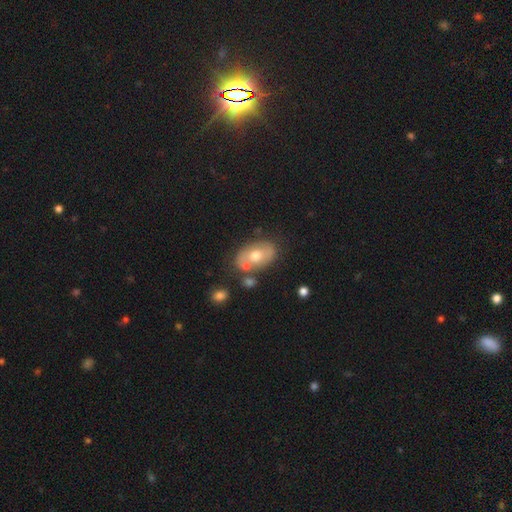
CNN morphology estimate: Smooth or featured? Predicted: smooth (p=0.47). Merging? Predicted: none (p=0.66).